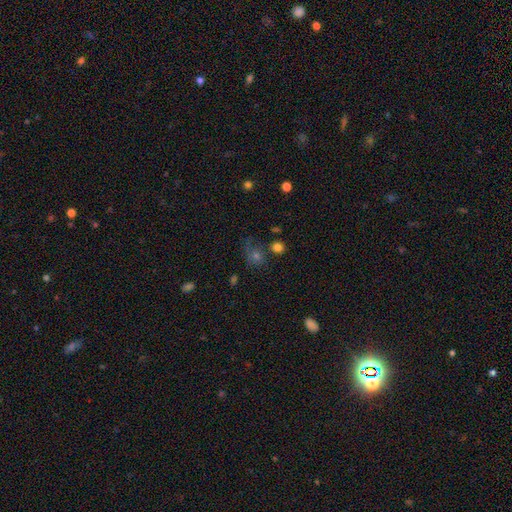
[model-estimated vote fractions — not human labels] Morphology: type=smooth (43%); merging=none (51%).